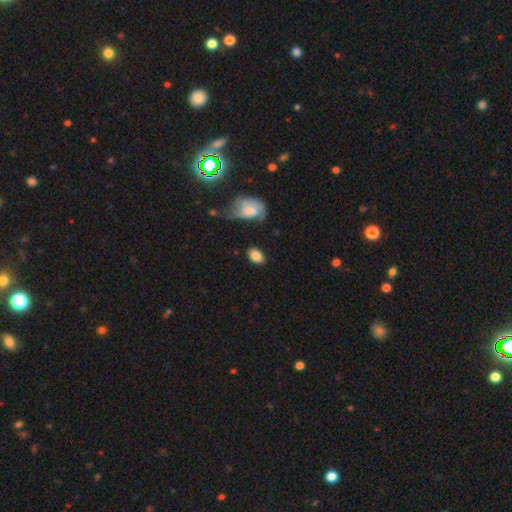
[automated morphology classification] A smooth galaxy with no disk features (85%) that is in between round and cigar-shaped (83%). Merging: none (79%).